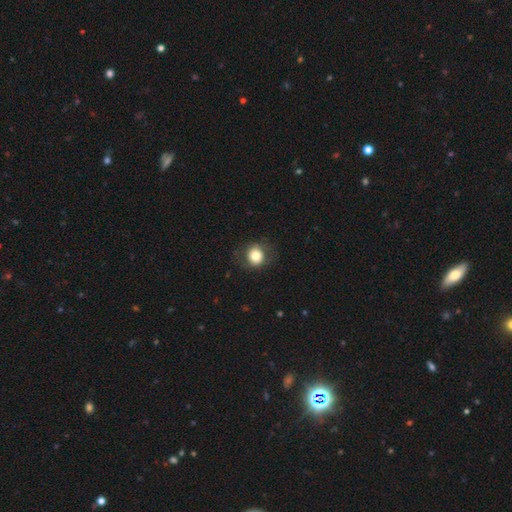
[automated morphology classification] Smooth or featured? Predicted: smooth (p=0.78). How rounded? Predicted: round (p=0.77). Merging? Predicted: none (p=0.79).